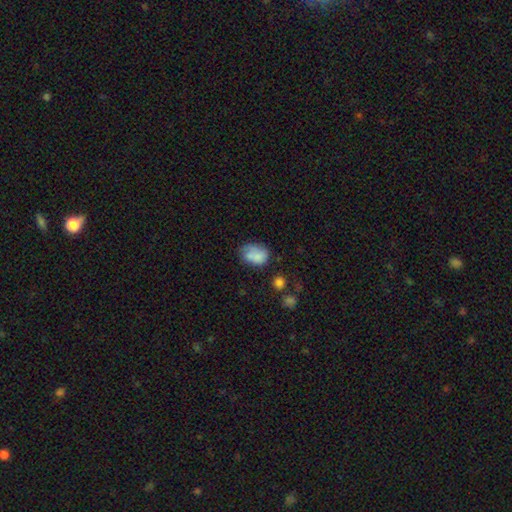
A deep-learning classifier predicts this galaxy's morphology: A smooth galaxy with no disk features (76%) that is in between round and cigar-shaped (73%).

Vote fractions:
- Smooth or featured? smooth: 76% / featured or disk: 15% / star or artifact: 9%
- How rounded? in between: 73% / round: 26% / cigar-shaped: 1%
- Merging? none: 47% / minor disturbance: 33% / major disturbance: 15% / merger: 6%